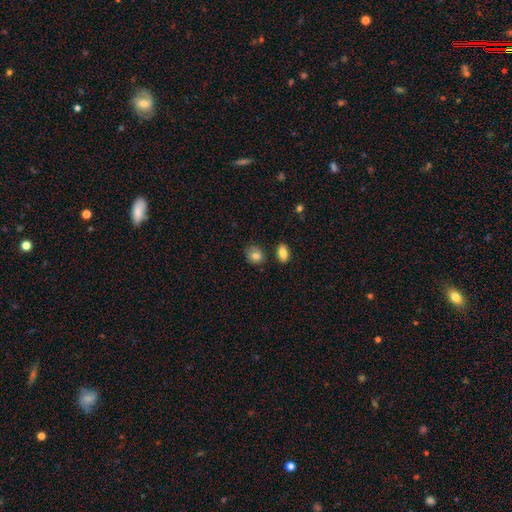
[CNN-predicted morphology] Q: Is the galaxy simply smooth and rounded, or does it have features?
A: smooth — 82%.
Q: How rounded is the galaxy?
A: round — 59%.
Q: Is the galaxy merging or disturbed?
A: none — 76%.